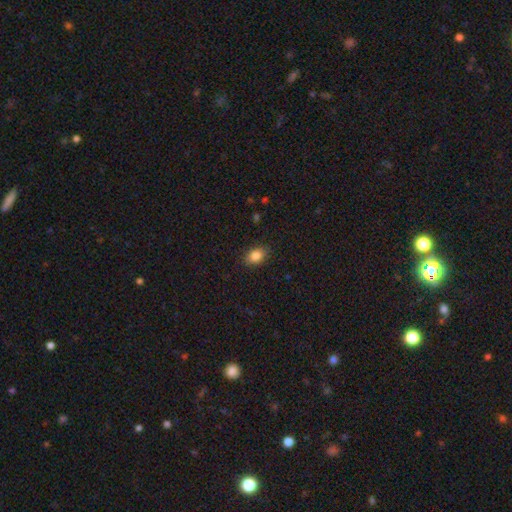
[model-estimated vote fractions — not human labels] This appears to be a smooth galaxy with no disk features (85%) that is in between round and cigar-shaped (79%). Merging: none (86%).